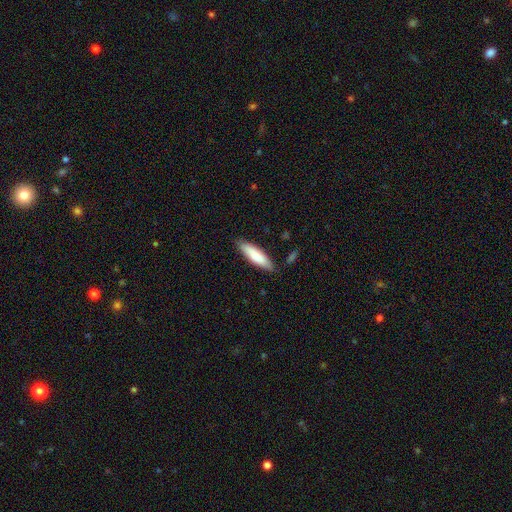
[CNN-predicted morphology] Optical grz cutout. It shows a smooth galaxy with no disk features (83%) that is cigar-shaped (62%). Merging: none (82%).